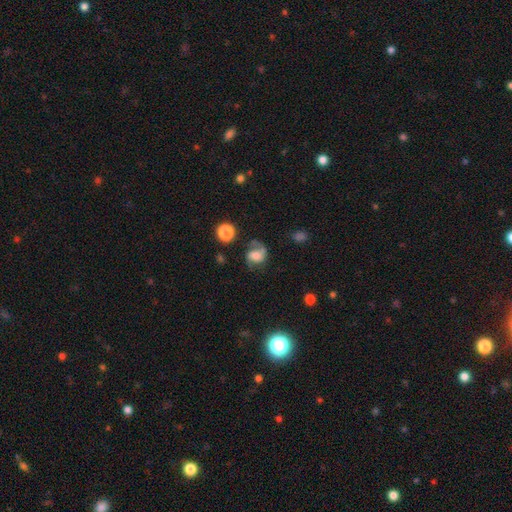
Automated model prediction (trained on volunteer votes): This appears to be a featured or disk galaxy (63%) with no bar (53%), 2 (77%) medium (46%) spiral arms (91%) and a moderate central bulge (39%). Merging: none (56%).